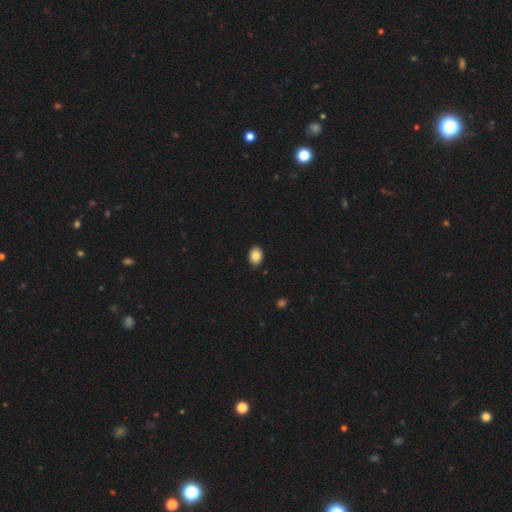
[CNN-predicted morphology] The model was most divided on "how rounded": in between: 72%, round: 27%, cigar-shaped: 1%. More confident: merging — none (89%); smooth or featured — smooth (85%).